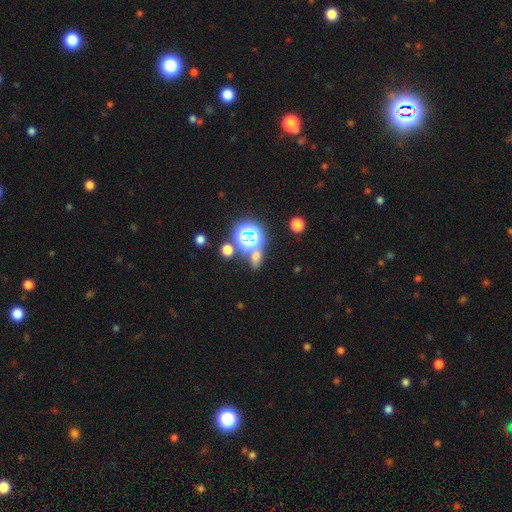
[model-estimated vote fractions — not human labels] Smooth or featured? smooth (47%)
Merging? none (62%)